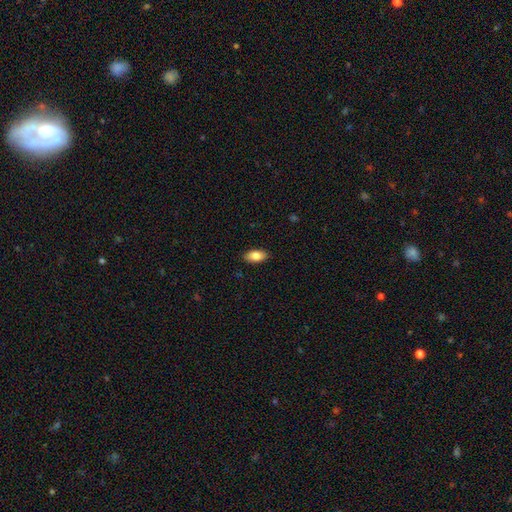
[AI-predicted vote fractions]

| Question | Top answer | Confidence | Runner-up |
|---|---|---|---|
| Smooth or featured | smooth | 85% | featured or disk (9%) |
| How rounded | in between | 93% | cigar-shaped (4%) |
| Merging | none | 89% | minor disturbance (8%) |